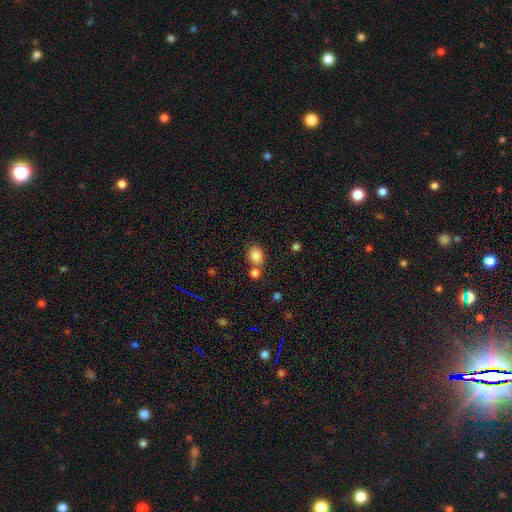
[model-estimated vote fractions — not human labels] This appears to be a smooth galaxy with no disk features (85%) that is in between round and cigar-shaped (58%). Merging: none (58%).